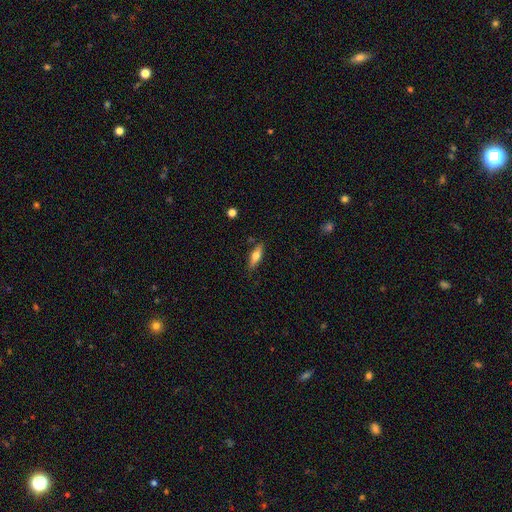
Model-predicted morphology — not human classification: This is possibly a smooth galaxy (60%). How rounded: possibly in between (49%). Merging: clearly none (82%).